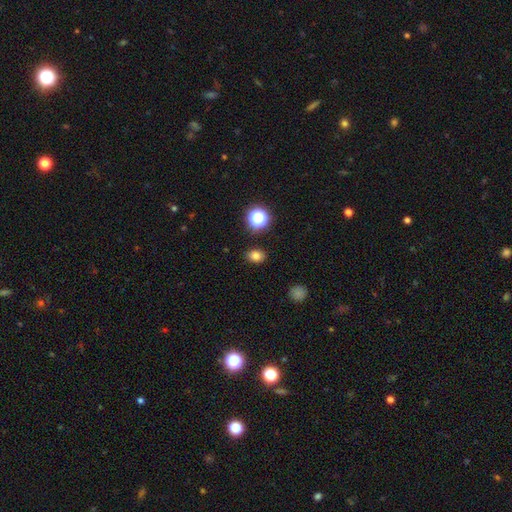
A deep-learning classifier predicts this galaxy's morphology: smooth-or-featured: smooth: 80% | star or artifact: 15% | featured or disk: 5%
  how-rounded: in between: 61% | round: 38% | cigar-shaped: 1%
  merging: none: 87% | minor disturbance: 9% | major disturbance: 3% | merger: 2%